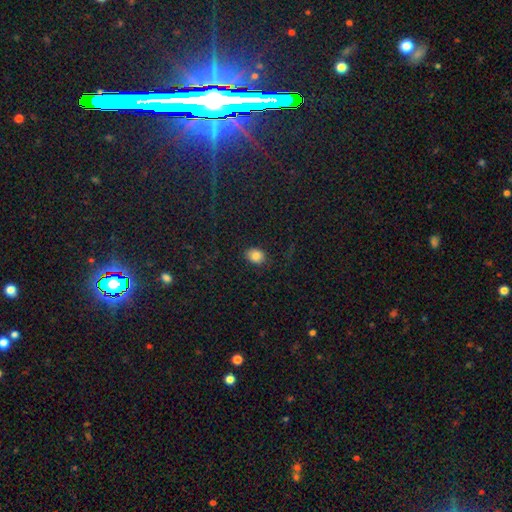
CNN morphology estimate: This is clearly a smooth galaxy (83%). How rounded: possibly in between (60%). Merging: clearly none (81%).